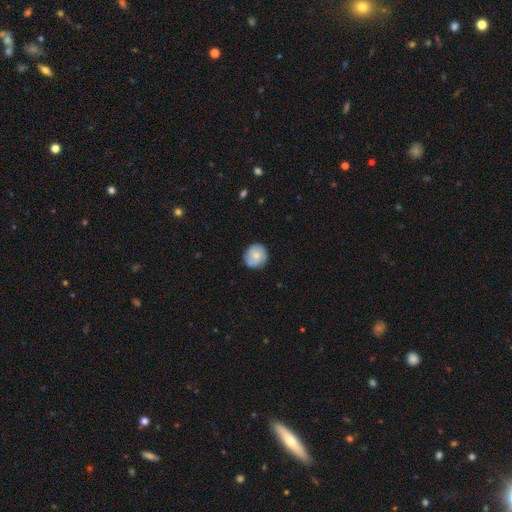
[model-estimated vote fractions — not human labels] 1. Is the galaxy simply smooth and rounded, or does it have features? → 60% smooth, 33% featured or disk, 7% star or artifact.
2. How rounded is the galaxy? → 90% round, 9% in between, 1% cigar-shaped.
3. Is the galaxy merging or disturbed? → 78% none, 17% minor disturbance, 3% major disturbance, 2% merger.